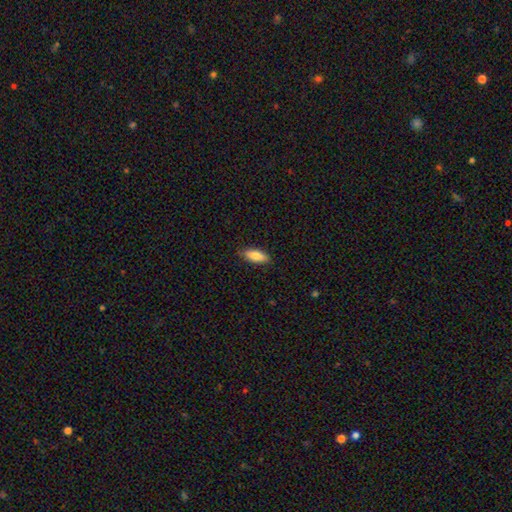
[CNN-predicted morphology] Smooth or featured? Predicted: smooth (p=0.82). How rounded? Predicted: in between (p=0.71). Merging? Predicted: none (p=0.83).